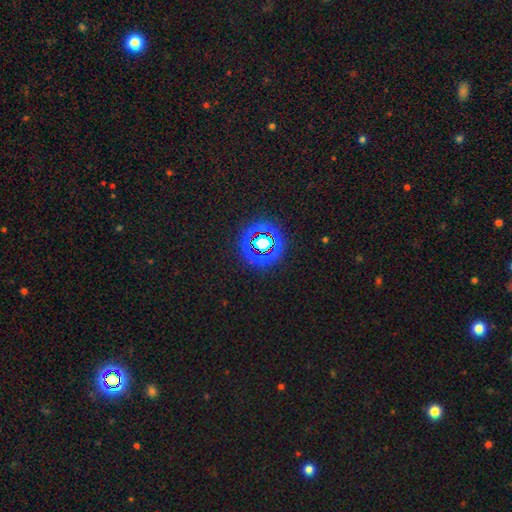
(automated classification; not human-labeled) Q: Smooth or featured?
A: star or artifact (77%); runner-up: smooth (14%)